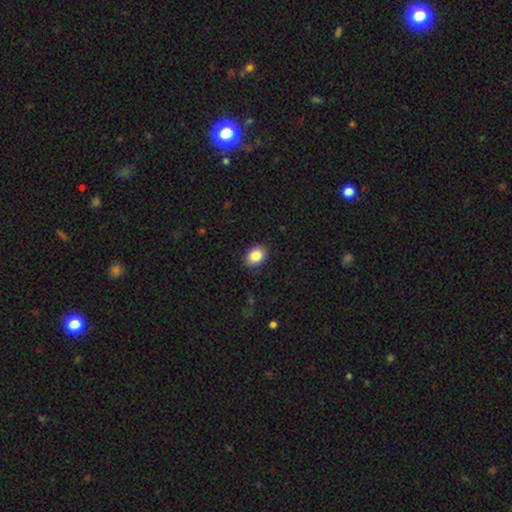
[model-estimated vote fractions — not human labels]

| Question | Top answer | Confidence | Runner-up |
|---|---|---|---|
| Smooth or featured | smooth | 86% | star or artifact (8%) |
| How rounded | in between | 71% | round (28%) |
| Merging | none | 89% | minor disturbance (8%) |